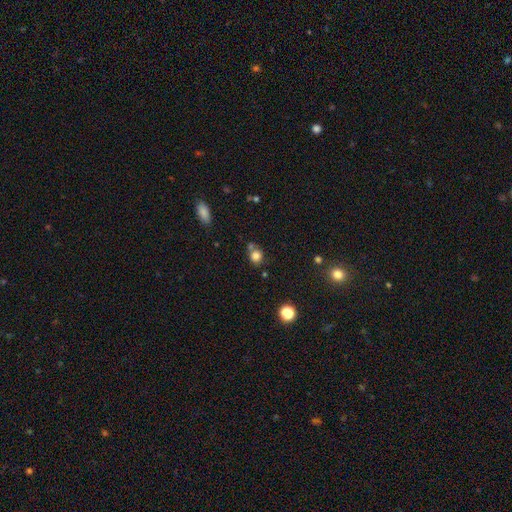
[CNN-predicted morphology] Smooth or featured: smooth — 80% (star or artifact — 13%)
How rounded: round — 79% (in between — 20%)
Merging: none — 60% (merger — 23%)